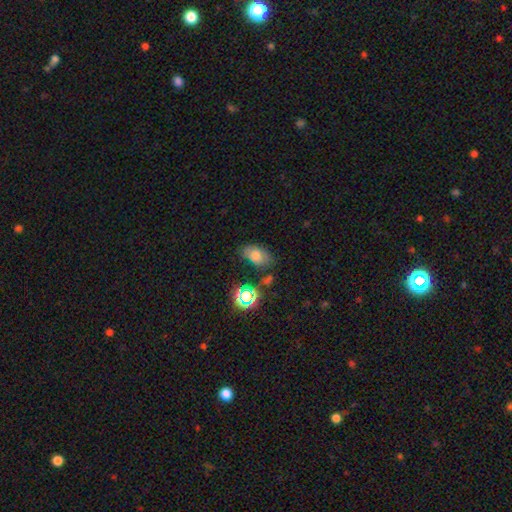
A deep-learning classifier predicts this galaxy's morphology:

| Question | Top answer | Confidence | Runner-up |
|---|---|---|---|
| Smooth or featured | smooth | 69% | star or artifact (17%) |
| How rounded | in between | 86% | round (12%) |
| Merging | none | 64% | minor disturbance (22%) |